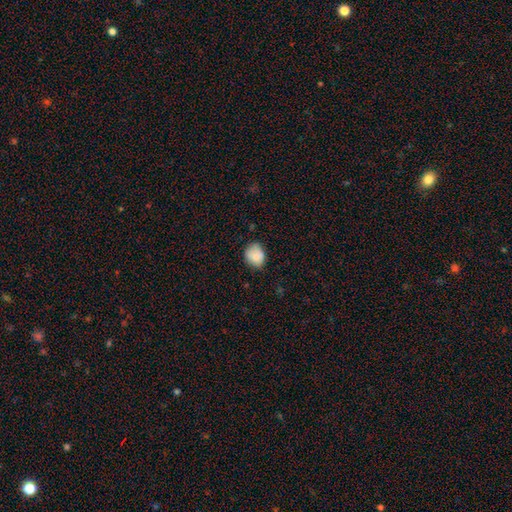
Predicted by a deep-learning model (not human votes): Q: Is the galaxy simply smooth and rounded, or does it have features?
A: smooth — 84%.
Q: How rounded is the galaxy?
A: round — 54%.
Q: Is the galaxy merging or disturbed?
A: none — 66%.